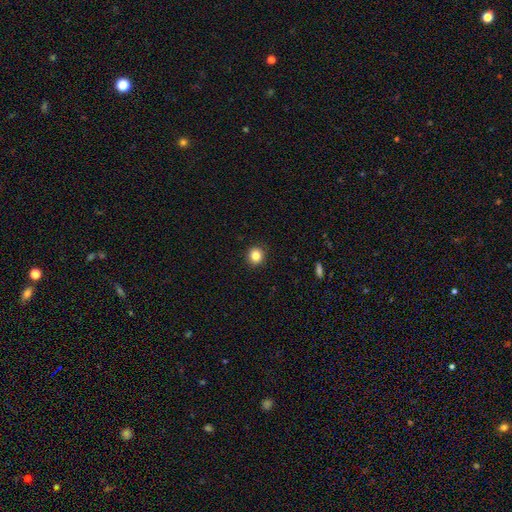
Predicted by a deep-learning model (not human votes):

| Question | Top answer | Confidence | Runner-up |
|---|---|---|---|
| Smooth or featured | smooth | 84% | star or artifact (11%) |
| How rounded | round | 90% | in between (9%) |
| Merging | none | 92% | minor disturbance (6%) |